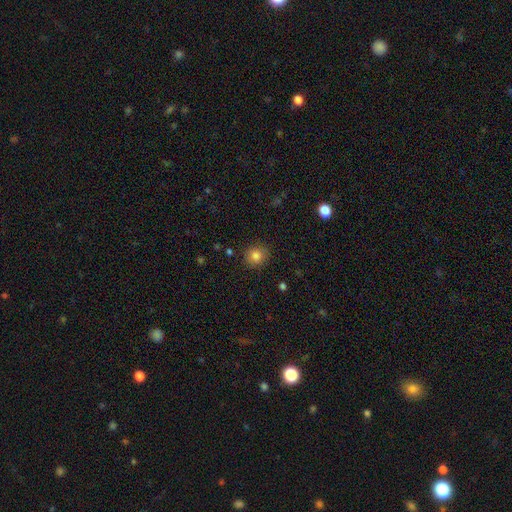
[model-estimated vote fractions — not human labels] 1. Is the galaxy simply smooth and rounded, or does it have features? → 83% smooth, 11% star or artifact, 6% featured or disk.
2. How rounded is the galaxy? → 85% round, 14% in between, 1% cigar-shaped.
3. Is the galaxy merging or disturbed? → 88% none, 8% minor disturbance, 2% major disturbance, 1% merger.